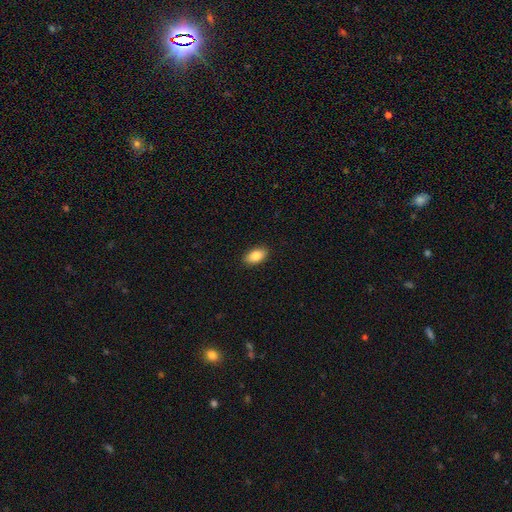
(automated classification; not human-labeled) Morphology: type=smooth (86%); roundness=in between (92%); merging=none (89%).